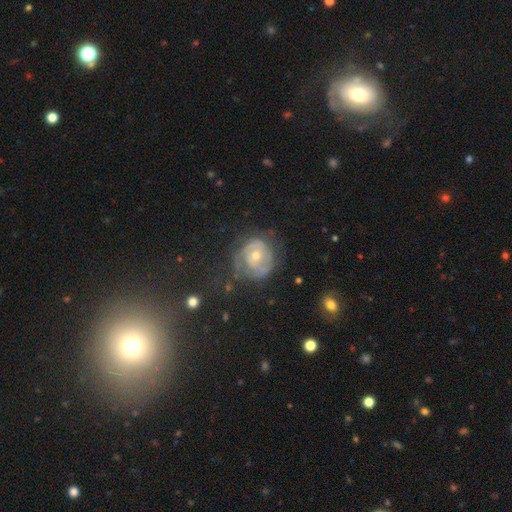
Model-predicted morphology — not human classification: Smooth or featured?
  - featured or disk: 69% *
  - smooth: 23%
  - star or artifact: 8%
Edge-on disk?
  - no: 97% *
  - yes: 3%
Bar?
  - no: 76% *
  - weak: 20%
  - strong: 4%
Spiral arms?
  - yes: 71% *
  - no: 29%
Bulge size?
  - moderate: 58% *
  - small: 38%
  - large: 3%
  - none: 1%
  - dominant: 1%
Merging?
  - none: 54% *
  - minor disturbance: 25%
  - major disturbance: 19%
  - merger: 2%